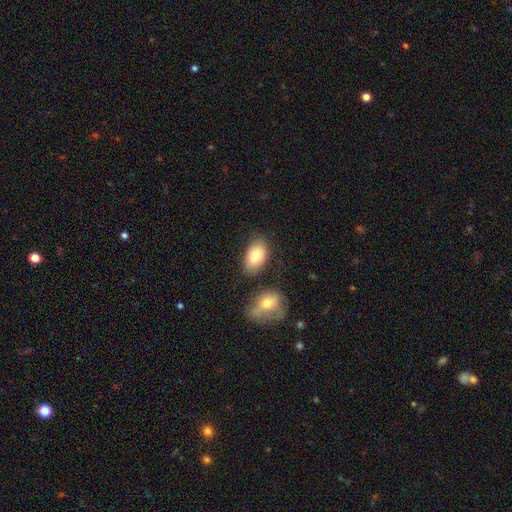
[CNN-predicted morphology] smooth-or-featured: smooth: 81% | featured or disk: 12% | star or artifact: 7%
  how-rounded: in between: 90% | round: 8% | cigar-shaped: 1%
  merging: none: 69% | minor disturbance: 15% | merger: 11% | major disturbance: 4%